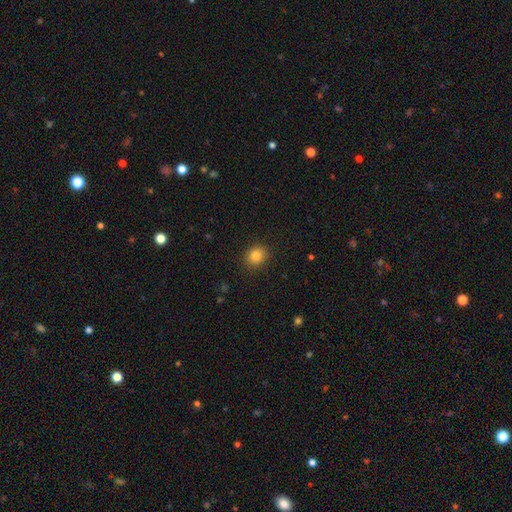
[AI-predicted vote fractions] This appears to be a smooth galaxy with no disk features (83%) that is round (77%). Merging: none (89%).